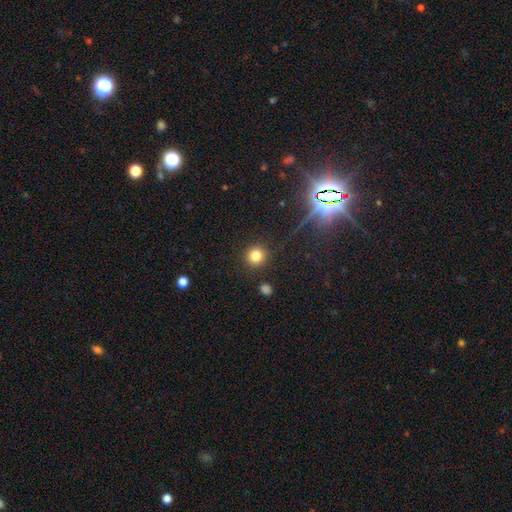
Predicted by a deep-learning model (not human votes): Morphology: type=smooth (81%); roundness=round (93%); merging=none (90%).